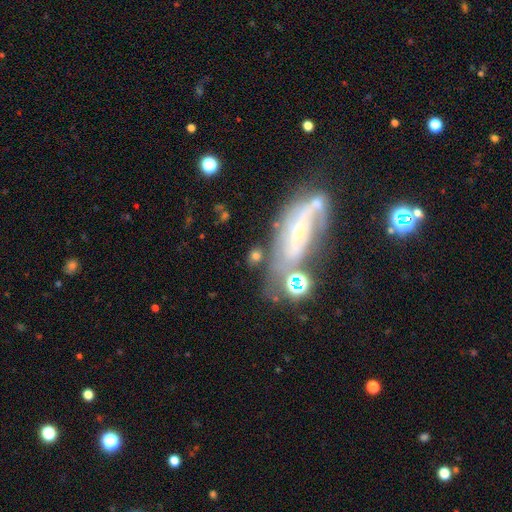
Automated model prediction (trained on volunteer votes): Q: Smooth or featured?
A: smooth (52%); runner-up: featured or disk (29%)
Q: How rounded?
A: in between (51%); runner-up: round (40%)
Q: Merging?
A: none (63%); runner-up: minor disturbance (15%)